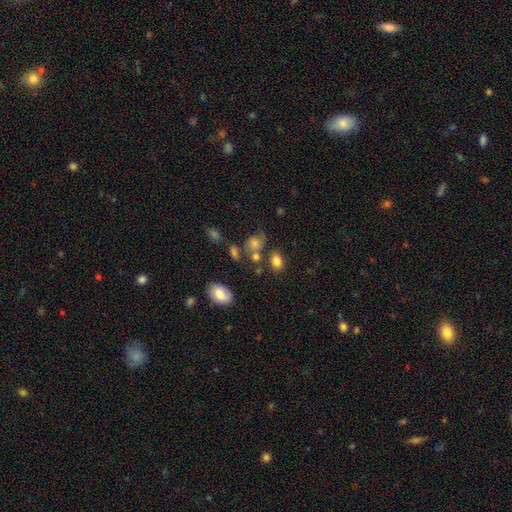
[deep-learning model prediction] Smooth or featured? smooth (71%)
How rounded? in between (52%)
Merging? none (56%)